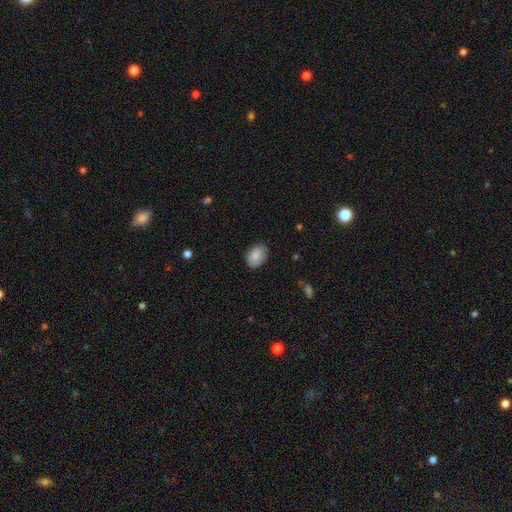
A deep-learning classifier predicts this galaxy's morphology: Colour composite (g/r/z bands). It shows a smooth galaxy with no disk features (86%) that is in between round and cigar-shaped (83%). Merging: none (81%).